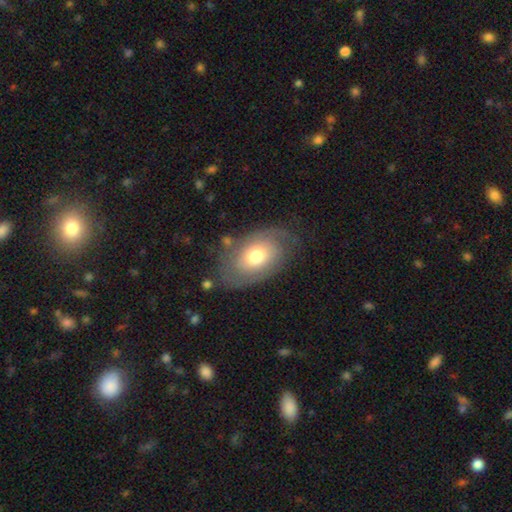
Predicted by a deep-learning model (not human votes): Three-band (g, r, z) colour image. It shows a featured or disk galaxy (49%). Merging: none (69%).